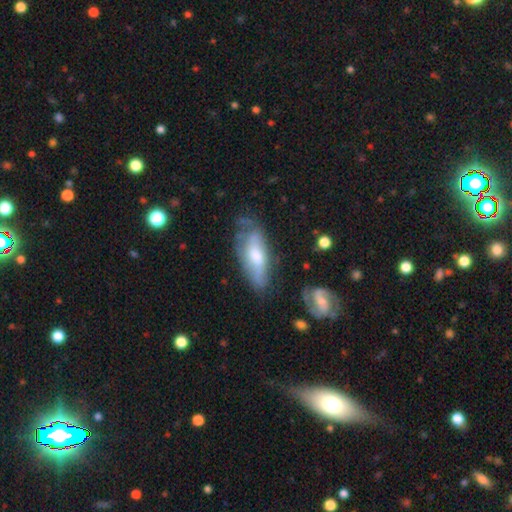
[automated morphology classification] Q: Smooth or featured?
A: featured or disk (51%); runner-up: smooth (42%)
Q: Edge-on disk?
A: no (72%); runner-up: yes (28%)
Q: Merging?
A: none (53%); runner-up: minor disturbance (29%)